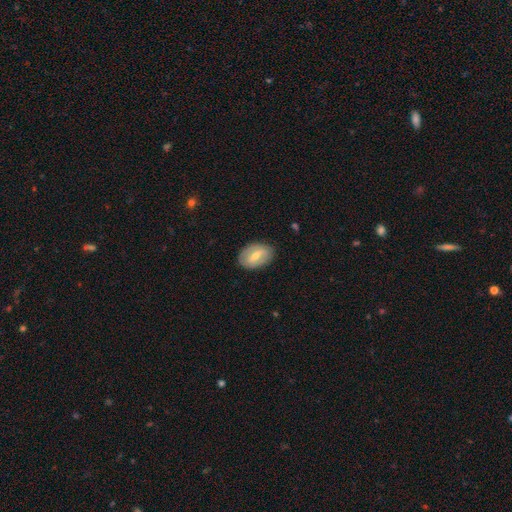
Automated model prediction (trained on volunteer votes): Overall: featured or disk (48%; smooth 45%). Merging: none (83%).